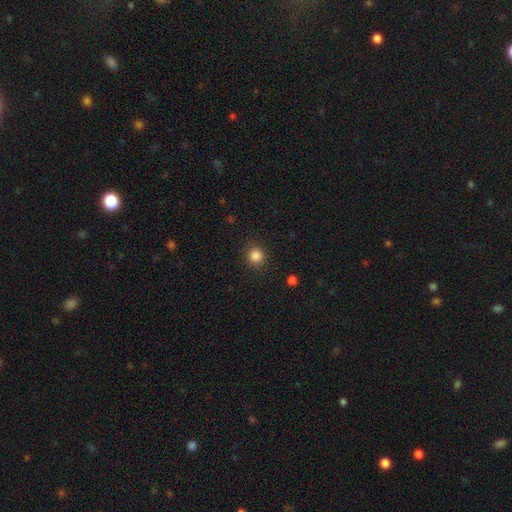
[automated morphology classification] Q: Smooth or featured?
A: smooth (84%); runner-up: star or artifact (12%)
Q: How rounded?
A: round (90%); runner-up: in between (9%)
Q: Merging?
A: none (89%); runner-up: minor disturbance (7%)